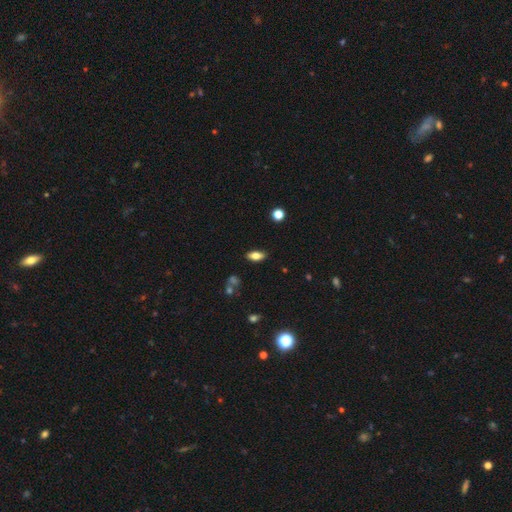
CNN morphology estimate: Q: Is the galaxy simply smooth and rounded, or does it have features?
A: smooth — 73%.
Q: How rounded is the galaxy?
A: in between — 85%.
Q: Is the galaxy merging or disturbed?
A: none — 85%.